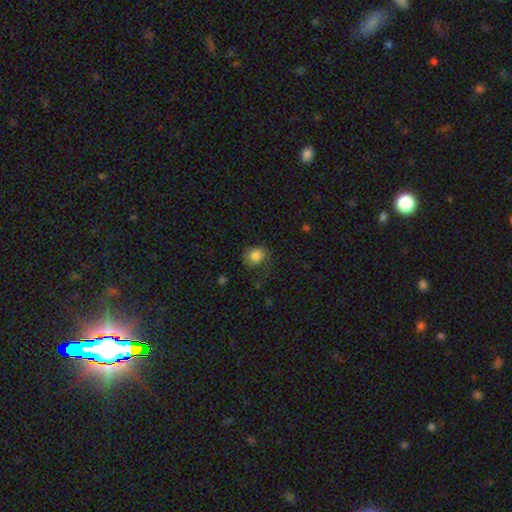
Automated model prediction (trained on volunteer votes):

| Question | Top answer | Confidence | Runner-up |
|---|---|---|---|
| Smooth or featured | smooth | 81% | featured or disk (10%) |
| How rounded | round | 72% | in between (27%) |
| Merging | none | 55% | minor disturbance (25%) |